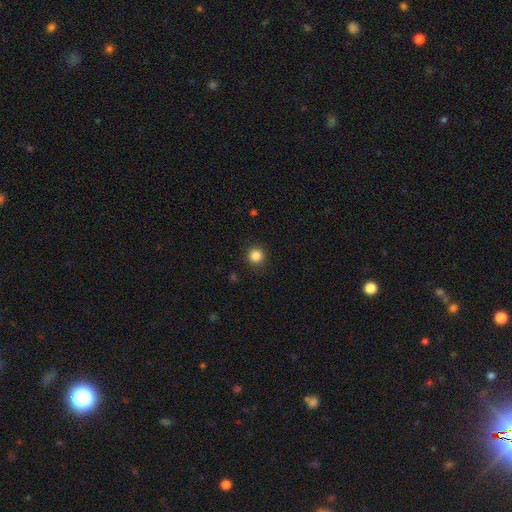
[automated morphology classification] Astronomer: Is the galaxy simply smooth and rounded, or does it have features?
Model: smooth — 86%.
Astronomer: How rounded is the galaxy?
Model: round — 95%.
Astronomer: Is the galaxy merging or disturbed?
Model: none — 92%.